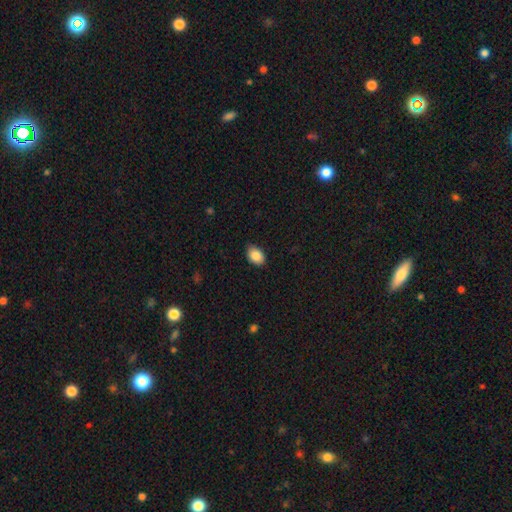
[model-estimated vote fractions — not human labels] This appears to be a smooth galaxy with no disk features (86%) that is in between round and cigar-shaped (80%). Merging: none (84%).